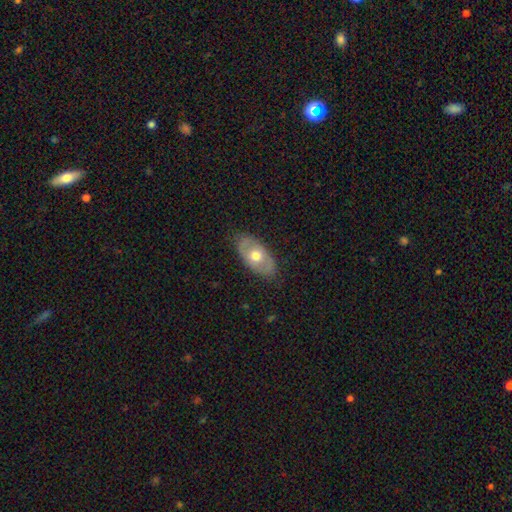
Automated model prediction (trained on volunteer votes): A smooth galaxy with no disk features (53%) that is in between round and cigar-shaped (91%).

Vote fractions:
- Smooth or featured? smooth: 53% / featured or disk: 42% / star or artifact: 5%
- How rounded? in between: 91% / round: 7% / cigar-shaped: 3%
- Merging? none: 82% / minor disturbance: 14% / major disturbance: 3% / merger: 1%